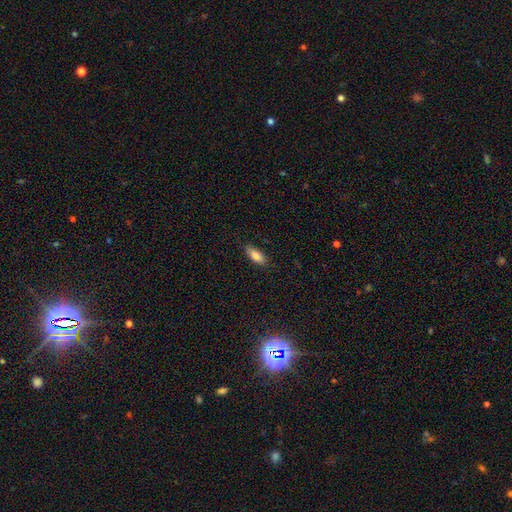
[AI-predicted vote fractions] Smooth or featured? Predicted: smooth (p=0.84). How rounded? Predicted: in between (p=0.78). Merging? Predicted: none (p=0.84).